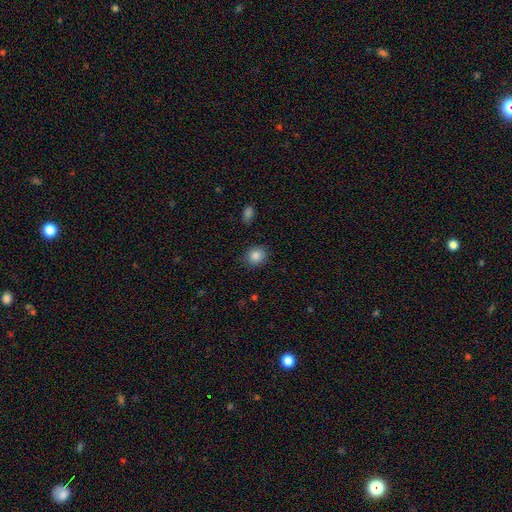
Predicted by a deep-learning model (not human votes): smooth 85%, star or artifact 9%, featured or disk 5%. Down the decision tree: how rounded — round (72%); merging — none (86%).